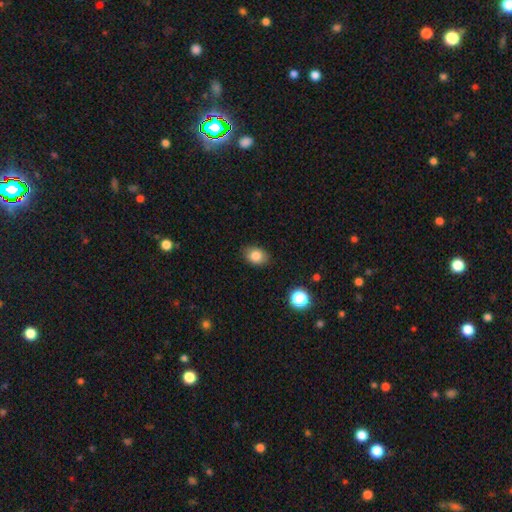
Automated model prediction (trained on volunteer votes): Smooth or featured?
  - smooth: 84% *
  - star or artifact: 10%
  - featured or disk: 7%
How rounded?
  - in between: 71% *
  - round: 28%
  - cigar-shaped: 1%
Merging?
  - none: 85% *
  - minor disturbance: 11%
  - major disturbance: 2%
  - merger: 1%